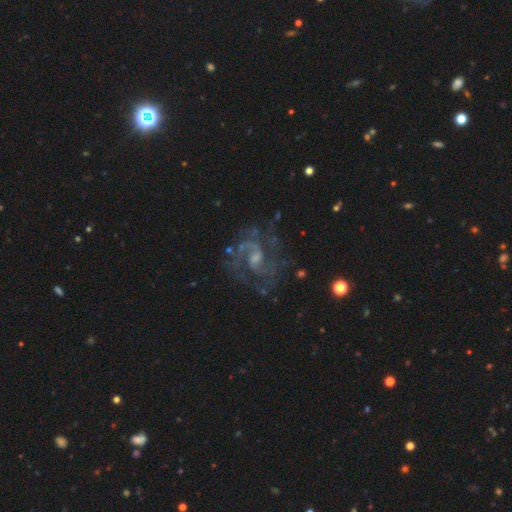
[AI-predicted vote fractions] Morphology: type=featured or disk (87%); edge-on=no (98%); bar=weak (54%); spiral arms=yes (96%); winding=medium (57%); arm count=2 (72%); bulge=small (50%); merging=none (68%).